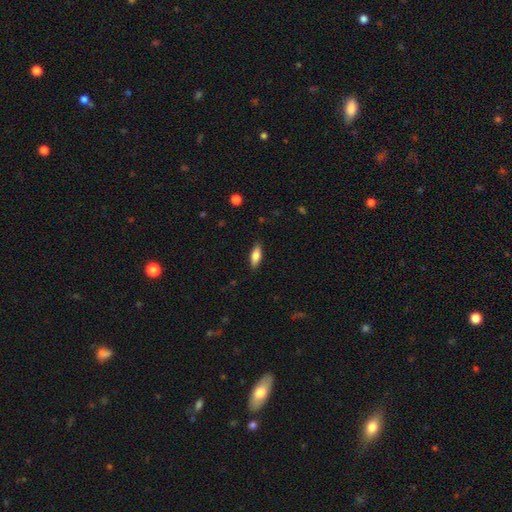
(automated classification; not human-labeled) Smooth or featured? smooth (77%)
How rounded? in between (68%)
Merging? none (87%)